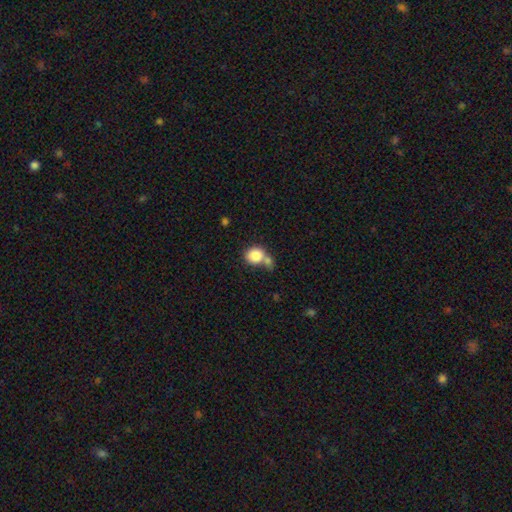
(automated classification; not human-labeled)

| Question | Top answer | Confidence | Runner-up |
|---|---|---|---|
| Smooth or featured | smooth | 83% | star or artifact (9%) |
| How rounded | round | 78% | in between (21%) |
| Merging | merger | 43% | none (41%) |